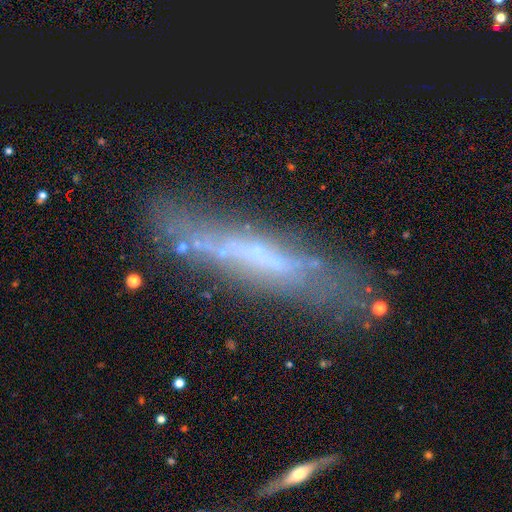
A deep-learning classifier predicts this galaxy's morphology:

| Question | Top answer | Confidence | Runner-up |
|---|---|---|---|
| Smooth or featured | featured or disk | 59% | smooth (29%) |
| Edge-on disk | yes | 72% | no (28%) |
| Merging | none | 67% | minor disturbance (19%) |